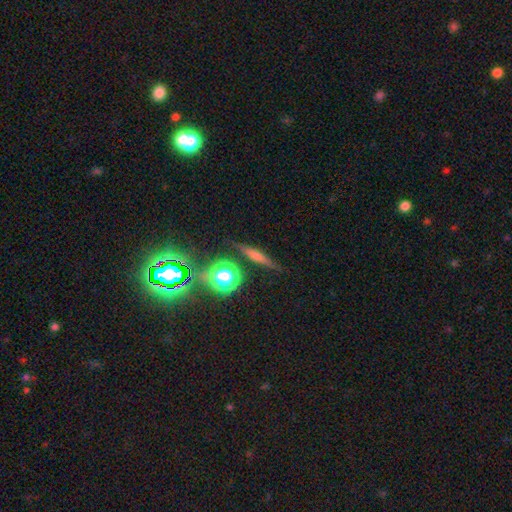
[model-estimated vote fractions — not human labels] The model was most divided on "smooth or featured": featured or disk: 48%, smooth: 29%, star or artifact: 23%. More confident: merging — none (85%).